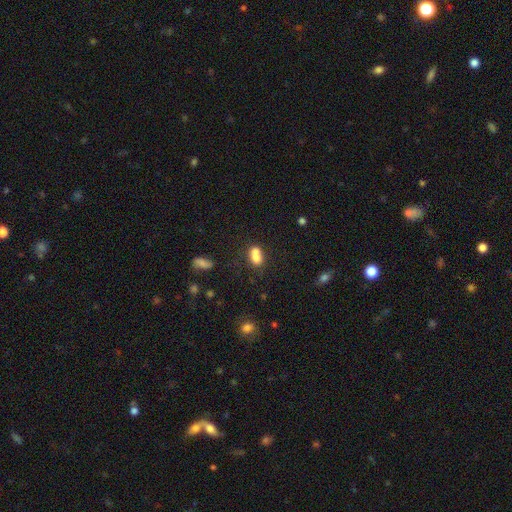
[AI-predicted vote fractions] Overall: smooth (74%). How rounded: in between (72%). Merging: merger (51%; none 31%).